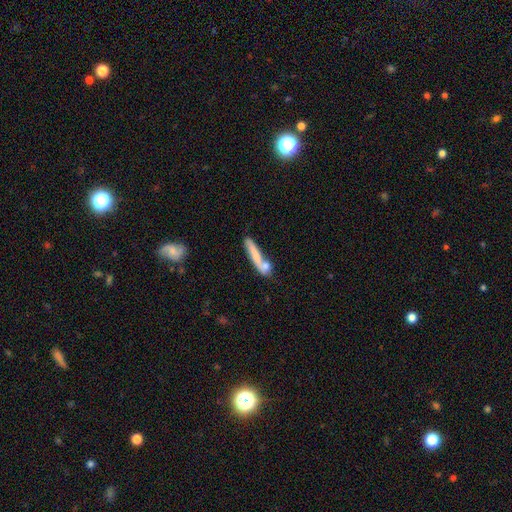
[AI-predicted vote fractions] Smooth or featured?
  - smooth: 66% *
  - featured or disk: 27%
  - star or artifact: 7%
How rounded?
  - cigar-shaped: 87% *
  - in between: 11%
  - round: 3%
Merging?
  - none: 44% *
  - merger: 34%
  - minor disturbance: 15%
  - major disturbance: 7%